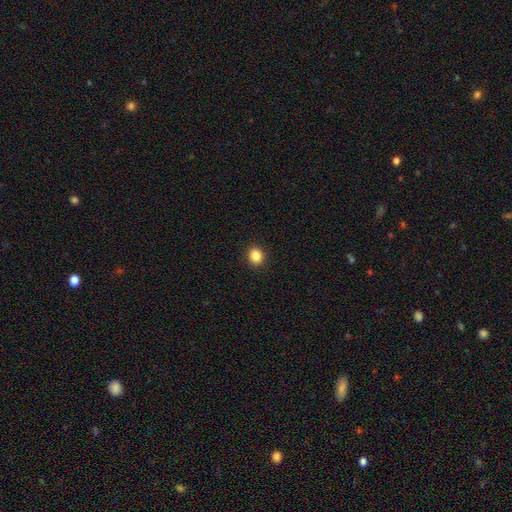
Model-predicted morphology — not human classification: type=smooth (86%); roundness=round (72%); merging=none (92%).